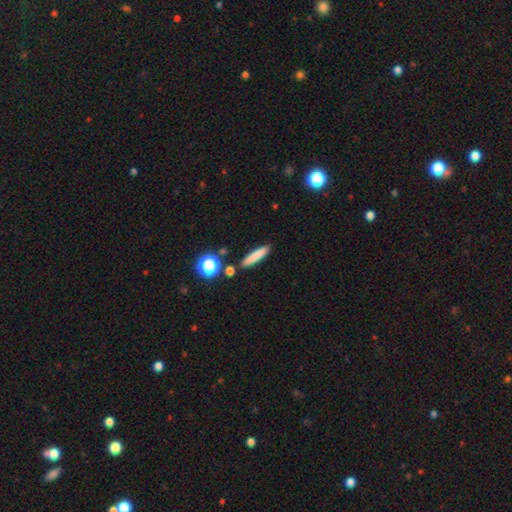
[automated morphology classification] Overall: smooth (79%). How rounded: cigar-shaped (86%). Merging: none (86%).